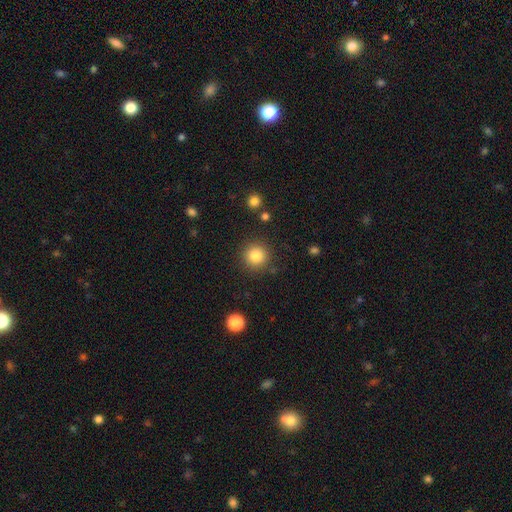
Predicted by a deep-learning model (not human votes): Smooth or featured? Predicted: smooth (p=0.84). How rounded? Predicted: round (p=0.95). Merging? Predicted: none (p=0.88).